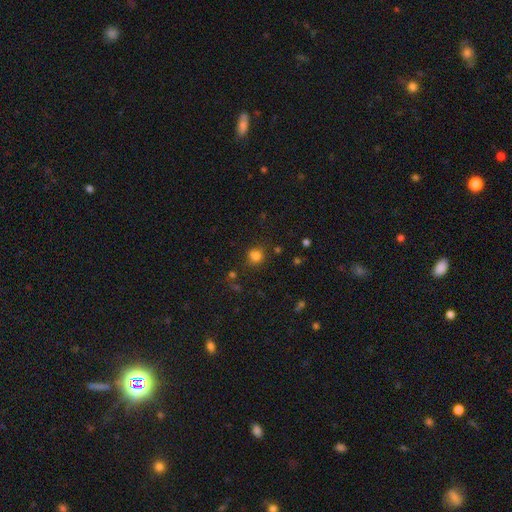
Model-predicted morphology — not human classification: smooth-or-featured: smooth: 78% | star or artifact: 16% | featured or disk: 6%
  how-rounded: round: 85% | in between: 14% | cigar-shaped: 1%
  merging: none: 76% | minor disturbance: 13% | merger: 7% | major disturbance: 4%